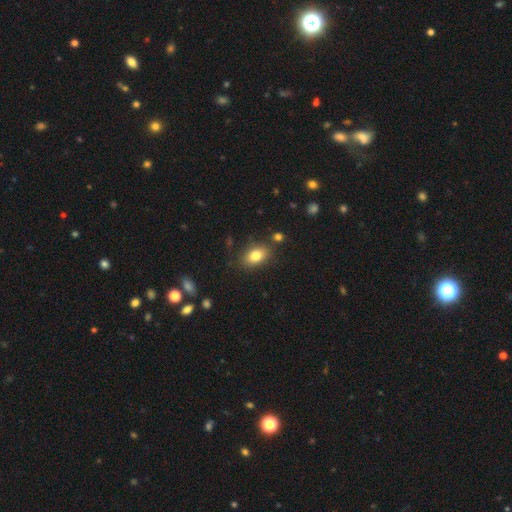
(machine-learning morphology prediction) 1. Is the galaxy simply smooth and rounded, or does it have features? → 82% smooth, 9% star or artifact, 9% featured or disk.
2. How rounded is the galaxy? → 83% in between, 15% round, 2% cigar-shaped.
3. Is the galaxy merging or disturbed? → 81% none, 12% minor disturbance, 4% merger, 3% major disturbance.